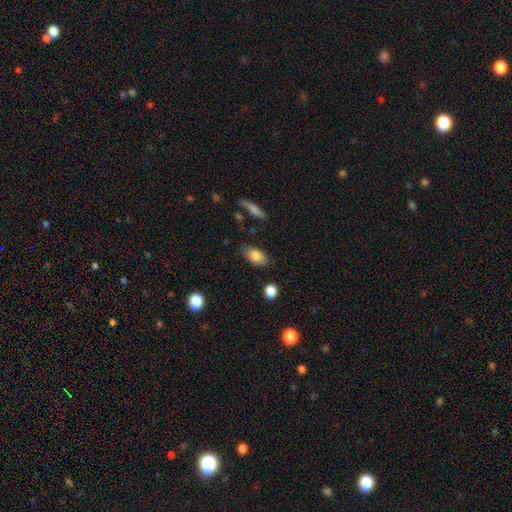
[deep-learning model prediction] Smooth or featured? Predicted: smooth (p=0.82). How rounded? Predicted: in between (p=0.90). Merging? Predicted: none (p=0.81).